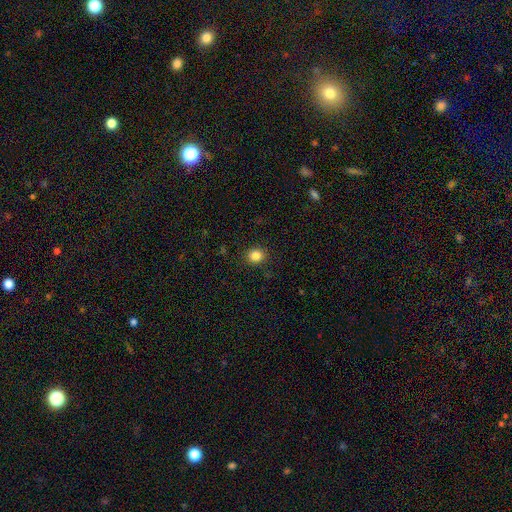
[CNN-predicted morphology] Smooth or featured? smooth (84%)
How rounded? round (84%)
Merging? none (90%)